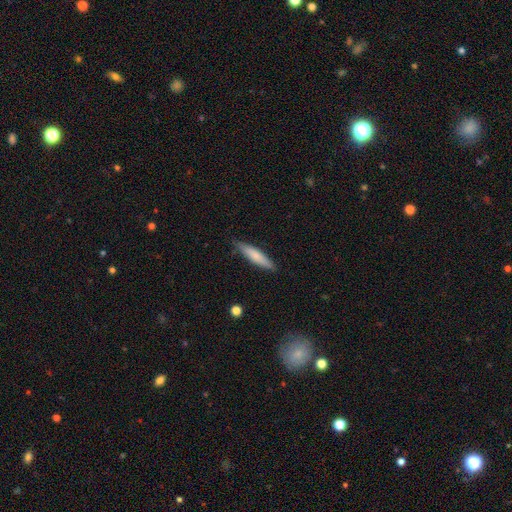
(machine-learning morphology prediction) smooth 74%, featured or disk 20%, star or artifact 5%. Down the decision tree: how rounded — cigar-shaped (85%); merging — none (85%).